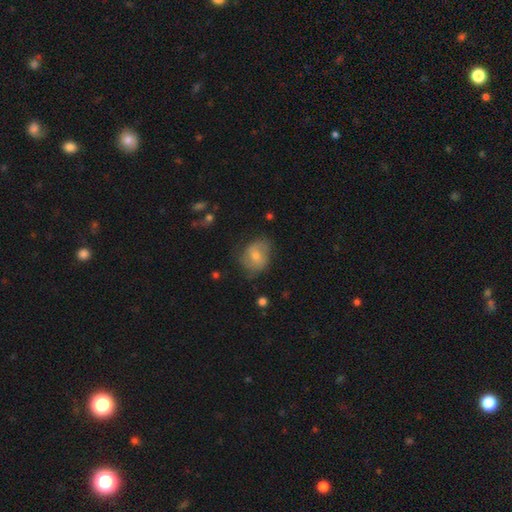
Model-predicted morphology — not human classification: Smooth or featured: smooth — 48% (featured or disk — 42%)
Merging: none — 62% (minor disturbance — 27%)